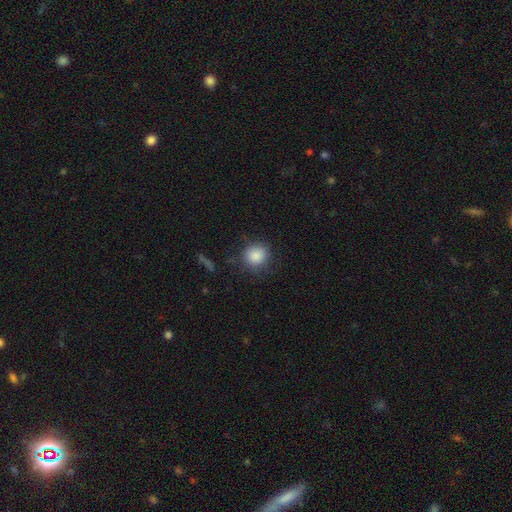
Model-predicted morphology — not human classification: type=smooth (87%); roundness=round (87%); merging=none (79%).